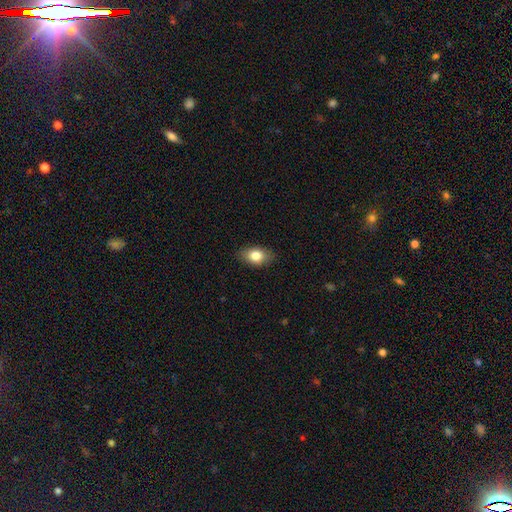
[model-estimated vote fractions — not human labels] smooth_or_featured: smooth (p=0.80) [alt: featured or disk p=0.13]
how_rounded: in between (p=0.85) [alt: round p=0.12]
merging: none (p=0.85) [alt: minor disturbance p=0.11]